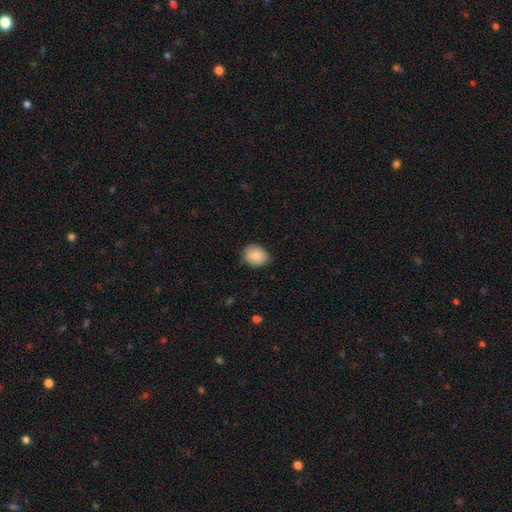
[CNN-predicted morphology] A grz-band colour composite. It shows a smooth galaxy with no disk features (84%) that is round (56%). Merging: none (77%).